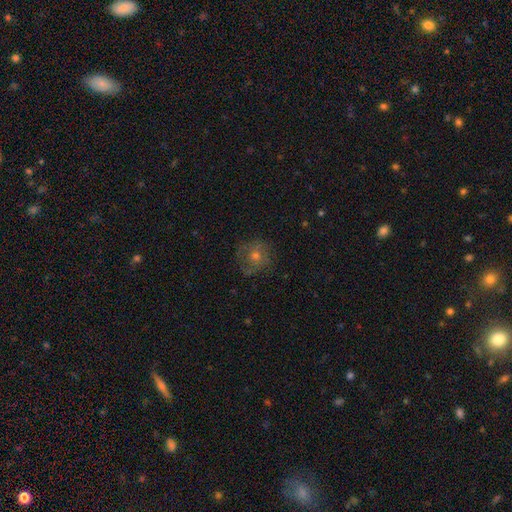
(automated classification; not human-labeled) Morphology: type=featured or disk (46%); merging=none (74%).